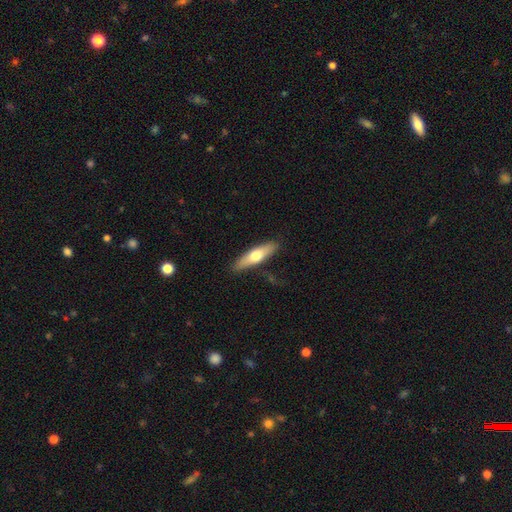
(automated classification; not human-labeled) Overall: smooth (57%; featured or disk 37%). How rounded: cigar-shaped (69%; in between 29%). Merging: none (85%).